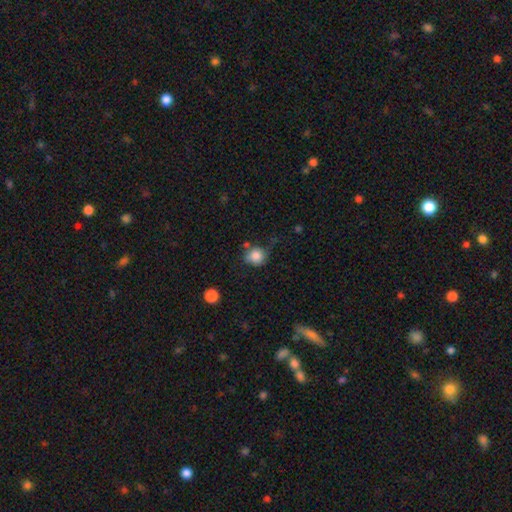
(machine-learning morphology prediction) Smooth or featured? Predicted: smooth (p=0.83). How rounded? Predicted: round (p=0.84). Merging? Predicted: none (p=0.55).